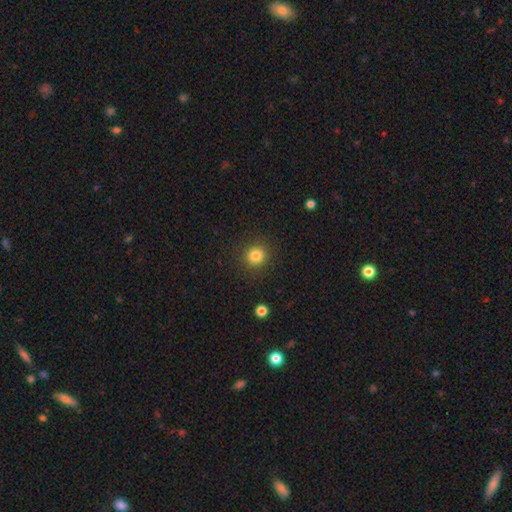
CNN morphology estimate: Q: Smooth or featured?
A: smooth (82%); runner-up: star or artifact (12%)
Q: How rounded?
A: round (90%); runner-up: in between (9%)
Q: Merging?
A: none (90%); runner-up: minor disturbance (6%)